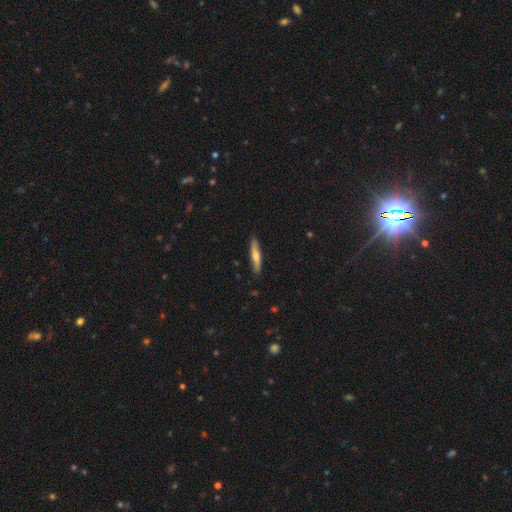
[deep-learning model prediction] Smooth or featured? Predicted: smooth (p=0.50). How rounded? Predicted: cigar-shaped (p=0.89). Merging? Predicted: none (p=0.87).